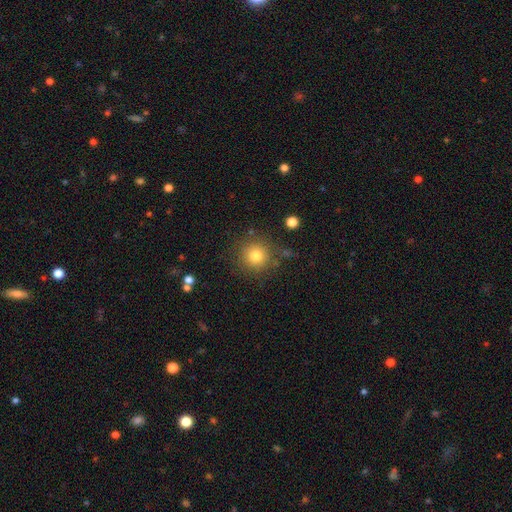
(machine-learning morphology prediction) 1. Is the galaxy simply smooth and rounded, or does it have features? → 79% smooth, 12% star or artifact, 9% featured or disk.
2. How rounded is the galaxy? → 94% round, 5% in between, 1% cigar-shaped.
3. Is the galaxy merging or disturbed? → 84% none, 9% minor disturbance, 4% major disturbance, 3% merger.